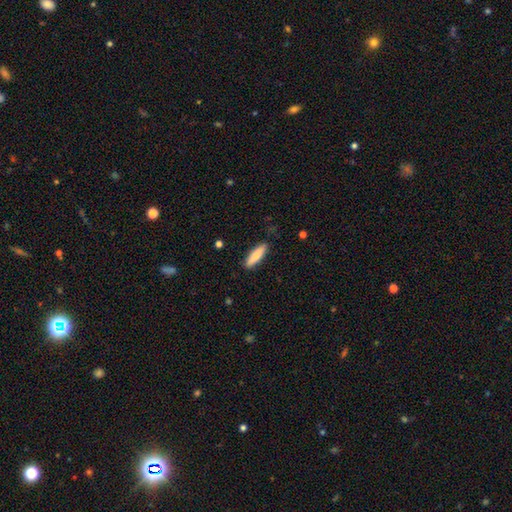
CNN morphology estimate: smooth-or-featured: smooth: 82% | featured or disk: 13% | star or artifact: 6%
  how-rounded: cigar-shaped: 67% | in between: 31% | round: 2%
  merging: none: 88% | minor disturbance: 9% | major disturbance: 2% | merger: 1%